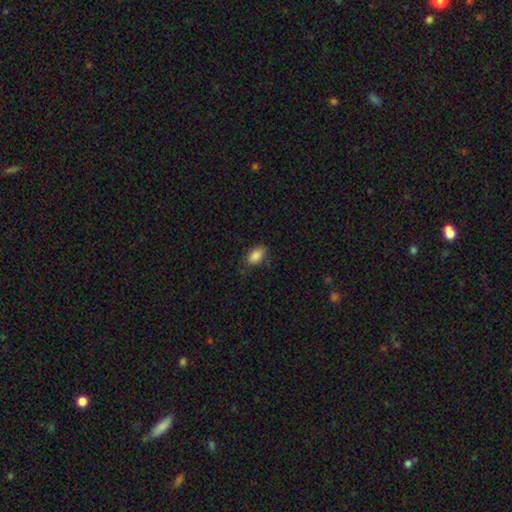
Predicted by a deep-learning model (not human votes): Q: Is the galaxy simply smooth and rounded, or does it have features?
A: smooth — 87%.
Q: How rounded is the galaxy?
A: in between — 90%.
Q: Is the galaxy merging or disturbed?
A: none — 78%.